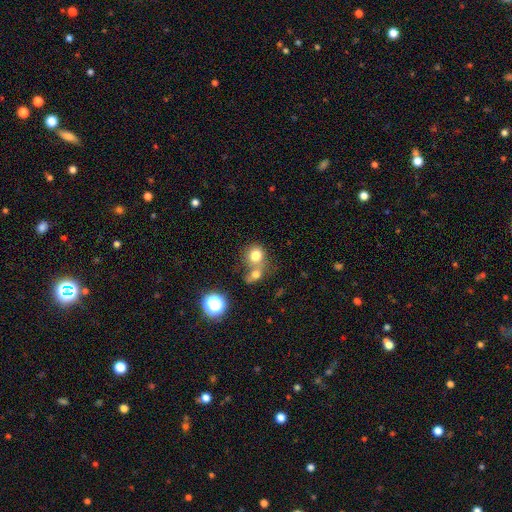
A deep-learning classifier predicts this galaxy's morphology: Smooth or featured? Predicted: smooth (p=0.76). How rounded? Predicted: round (p=0.78). Merging? Predicted: merger (p=0.44, tied with none).